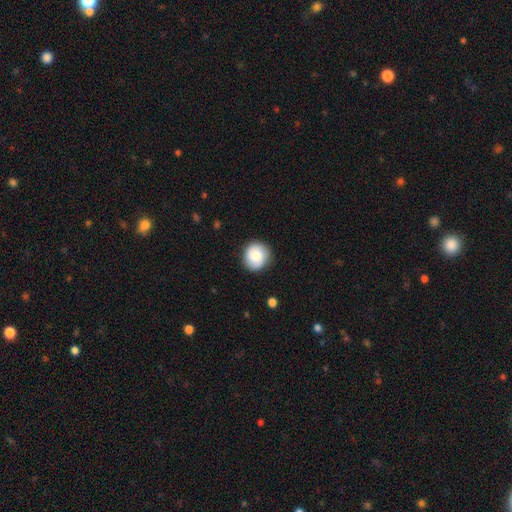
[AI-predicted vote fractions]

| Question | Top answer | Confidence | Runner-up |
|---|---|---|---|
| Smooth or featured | smooth | 79% | featured or disk (14%) |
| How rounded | round | 89% | in between (10%) |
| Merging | none | 87% | minor disturbance (9%) |